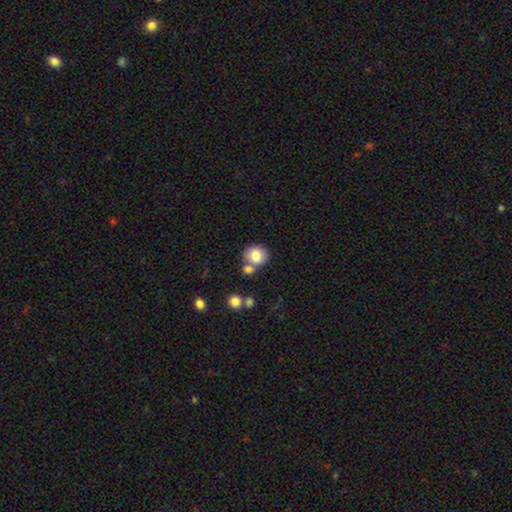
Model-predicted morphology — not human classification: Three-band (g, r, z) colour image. It shows a smooth galaxy with no disk features (80%) that is round (80%). Merging: none (62%).